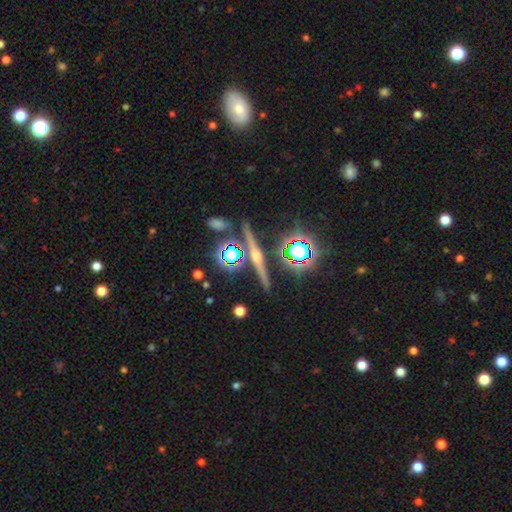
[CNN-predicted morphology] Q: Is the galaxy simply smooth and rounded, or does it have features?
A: featured or disk — 66%.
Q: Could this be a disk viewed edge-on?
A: yes — 94%.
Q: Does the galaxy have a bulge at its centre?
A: rounded — 86%.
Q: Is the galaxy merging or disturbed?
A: none — 87%.